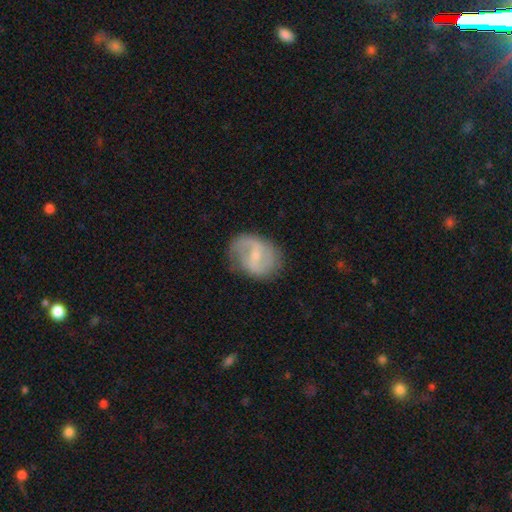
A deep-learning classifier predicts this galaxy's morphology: smooth-or-featured: featured or disk: 77% | smooth: 18% | star or artifact: 5%
  disk-edge-on: no: 97% | yes: 3%
    bar: weak: 55% | strong: 24% | no: 22%
    has-spiral-arms: yes: 89% | no: 11%
      spiral-winding: medium: 47% | loose: 32% | tight: 21%
      spiral-arm-count: 2: 82% | can't tell: 8% | 1: 5% | 3: 2% | 4: 1% | more than 4: 1%
    bulge-size: small: 62% | moderate: 31% | none: 5% | large: 1% | dominant: 1%
  merging: none: 70% | minor disturbance: 20% | major disturbance: 8% | merger: 1%